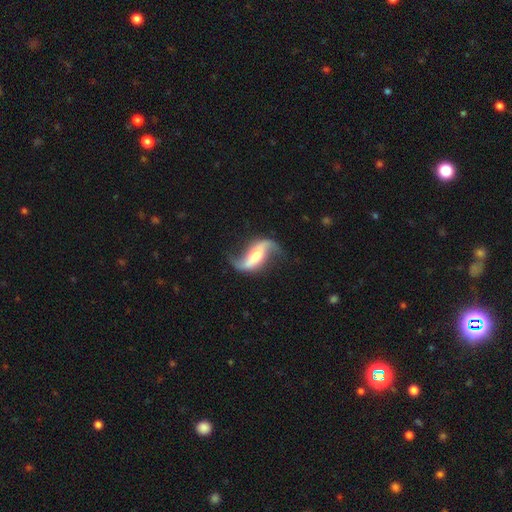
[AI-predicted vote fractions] Smooth or featured? featured or disk (86%)
Edge-on disk? no (92%)
Bar? strong (51%)
Spiral arms? yes (95%)
Spiral winding? loose (87%)
Spiral arm count? 2 (92%)
Bulge size? moderate (49%)
Merging? none (71%)